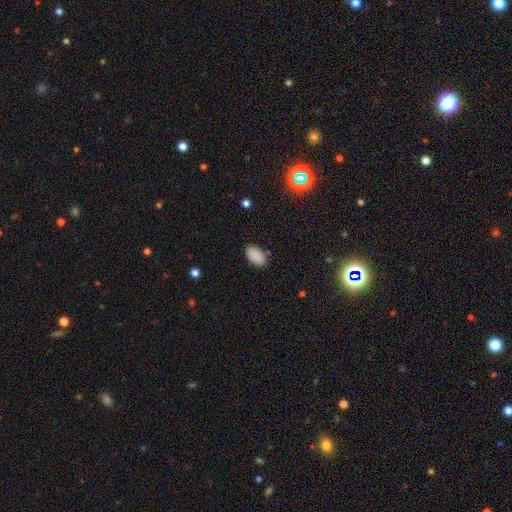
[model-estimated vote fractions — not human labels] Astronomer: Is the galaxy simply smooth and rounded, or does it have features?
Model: smooth — 88%.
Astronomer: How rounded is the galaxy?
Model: in between — 94%.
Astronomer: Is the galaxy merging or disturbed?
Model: none — 84%.